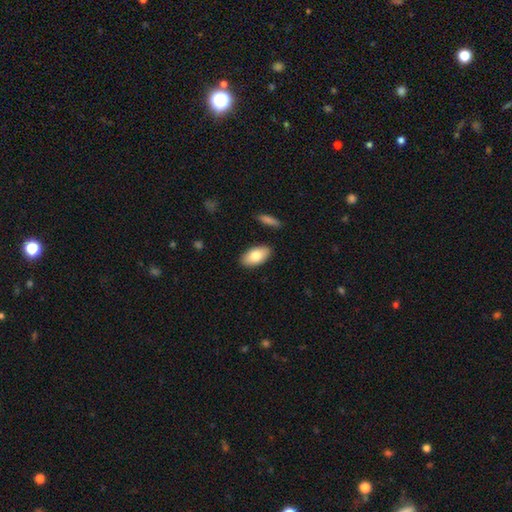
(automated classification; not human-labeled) The model was most divided on "smooth or featured": smooth: 78%, featured or disk: 16%, star or artifact: 6%. More confident: how rounded — in between (94%); merging — none (88%).